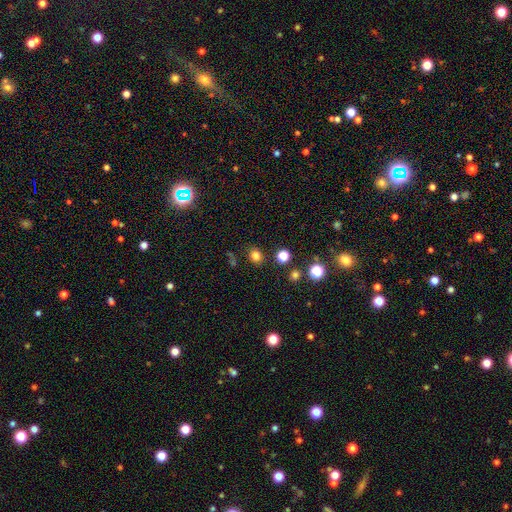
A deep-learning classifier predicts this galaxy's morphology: Smooth or featured?
  - smooth: 79% *
  - star or artifact: 16%
  - featured or disk: 5%
How rounded?
  - round: 71% *
  - in between: 28%
  - cigar-shaped: 1%
Merging?
  - none: 84% *
  - minor disturbance: 9%
  - merger: 4%
  - major disturbance: 3%